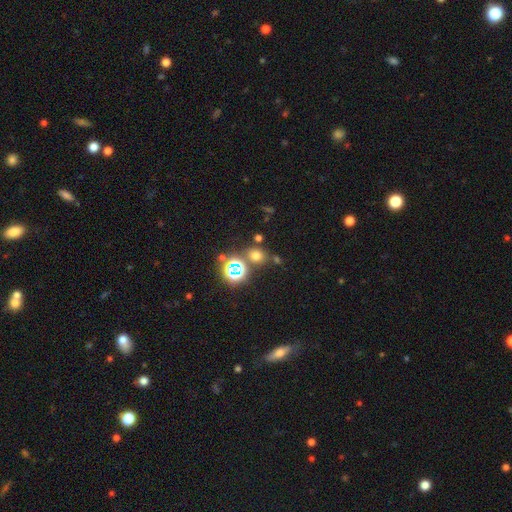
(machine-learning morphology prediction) A smooth galaxy with no disk features (63%) that is round (74%).

Vote fractions:
- Smooth or featured? smooth: 63% / star or artifact: 30% / featured or disk: 7%
- How rounded? round: 74% / in between: 25% / cigar-shaped: 1%
- Merging? none: 74% / merger: 12% / minor disturbance: 10% / major disturbance: 4%